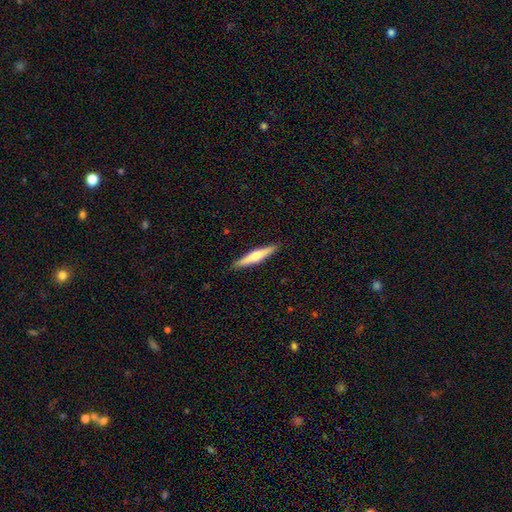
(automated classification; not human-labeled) Smooth or featured: featured or disk — 48% (smooth — 47%)
Merging: none — 91% (minor disturbance — 7%)